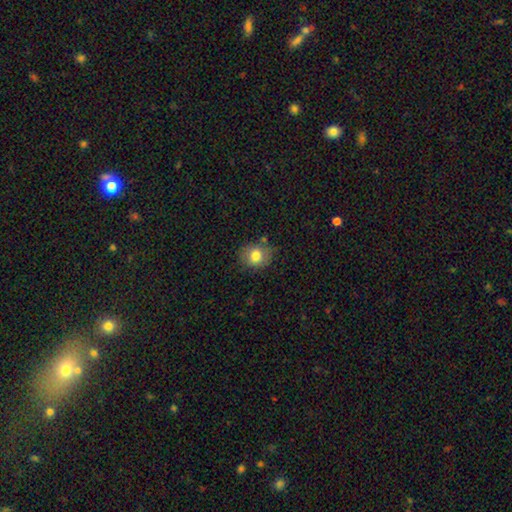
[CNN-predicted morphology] type=smooth (79%); roundness=round (62%); merging=none (74%).